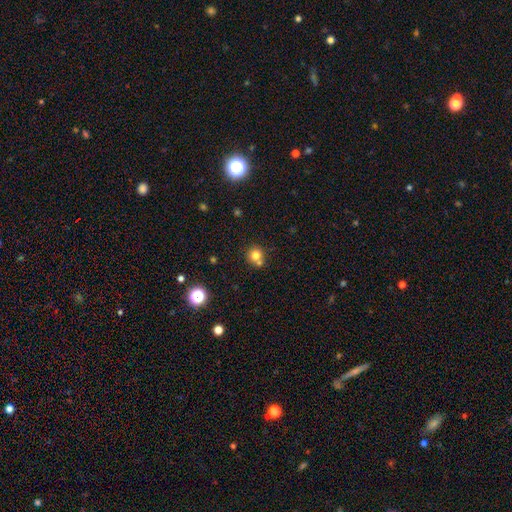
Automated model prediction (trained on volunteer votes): smooth_or_featured: smooth (p=0.77) [alt: star or artifact p=0.14]
how_rounded: round (p=0.90) [alt: in between p=0.09]
merging: none (p=0.60) [alt: merger p=0.28]